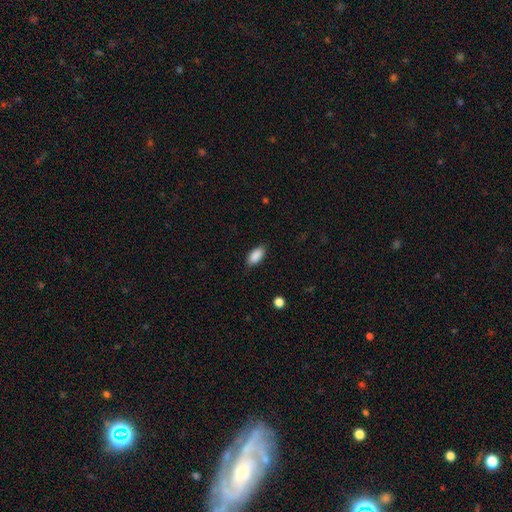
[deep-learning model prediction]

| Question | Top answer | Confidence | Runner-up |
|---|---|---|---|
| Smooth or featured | smooth | 90% | star or artifact (7%) |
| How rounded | in between | 91% | cigar-shaped (6%) |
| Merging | none | 84% | minor disturbance (13%) |